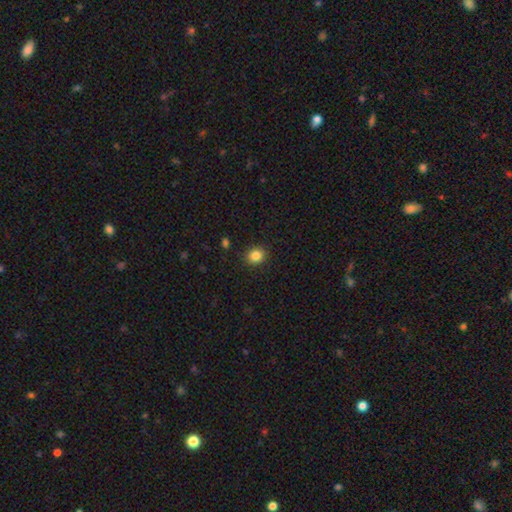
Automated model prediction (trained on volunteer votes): Smooth or featured? Predicted: smooth (p=0.85). How rounded? Predicted: round (p=0.70). Merging? Predicted: none (p=0.89).